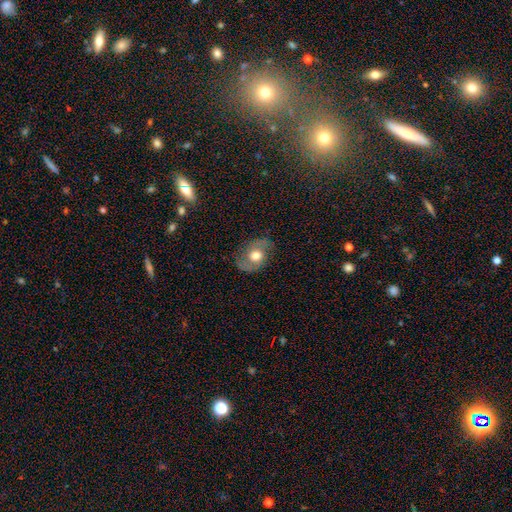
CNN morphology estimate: featured or disk 48%, smooth 44%, star or artifact 8%. Down the decision tree: merging — none (73%).